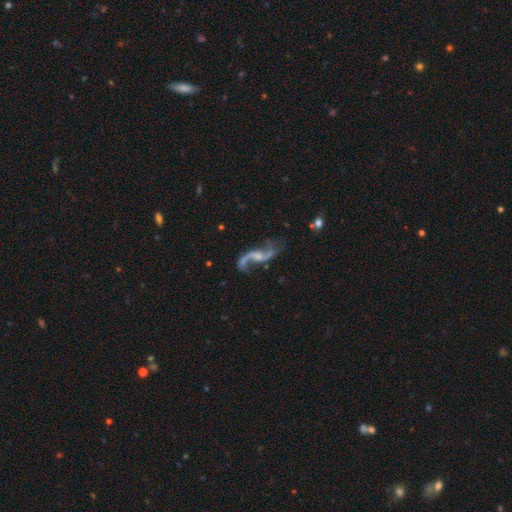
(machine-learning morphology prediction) Smooth or featured?
  - featured or disk: 89% *
  - star or artifact: 6%
  - smooth: 5%
Edge-on disk?
  - no: 94% *
  - yes: 6%
Bar?
  - no: 42% * (tied)
  - weak: 42% * (tied)
  - strong: 16%
Spiral arms?
  - yes: 95% *
  - no: 5%
Spiral winding?
  - loose: 89% *
  - medium: 8%
  - tight: 2%
Spiral arm count?
  - 2: 93% *
  - 1: 3%
  - can't tell: 2%
  - 3: 1%
  - 4: 1%
  - more than 4: 1%
Bulge size?
  - small: 50% *
  - none: 25%
  - moderate: 22%
  - large: 2%
  - dominant: 1%
Merging?
  - none: 69% *
  - minor disturbance: 15%
  - major disturbance: 11%
  - merger: 5%